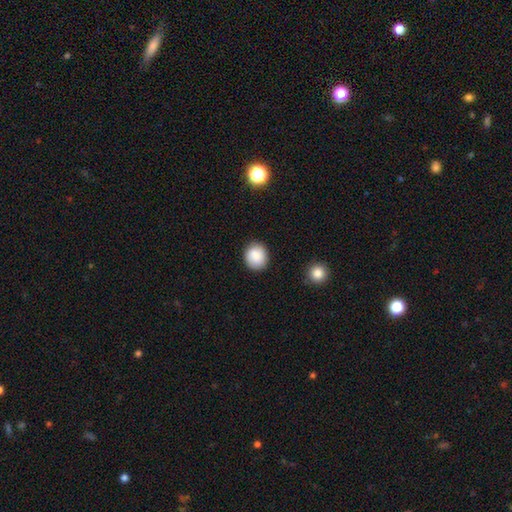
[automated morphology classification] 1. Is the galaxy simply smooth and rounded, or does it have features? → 87% smooth, 8% star or artifact, 5% featured or disk.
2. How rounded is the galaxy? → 77% round, 23% in between, 1% cigar-shaped.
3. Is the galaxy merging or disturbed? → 87% none, 9% minor disturbance, 2% major disturbance, 1% merger.